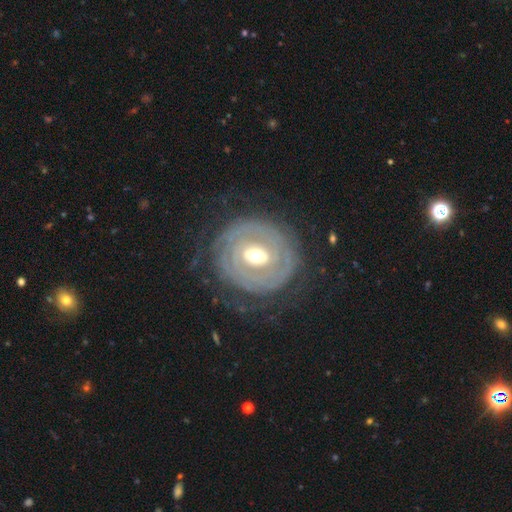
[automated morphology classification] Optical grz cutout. It shows a featured or disk galaxy (76%) with a weak bar (44%), spiral arms (66%) and a moderate central bulge (70%). Merging: none (78%).